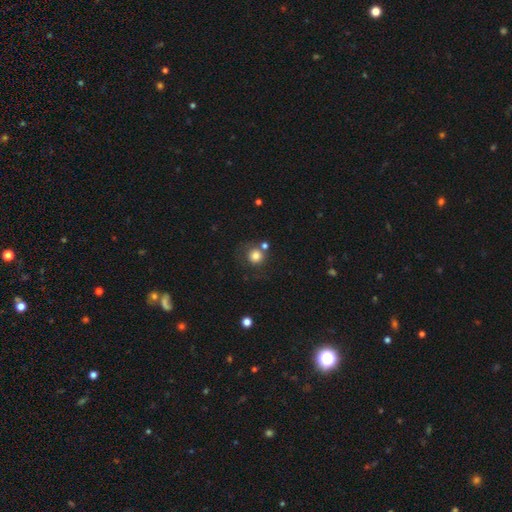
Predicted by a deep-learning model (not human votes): A smooth galaxy with no disk features (79%) that is round (91%). Merging: none (65%).